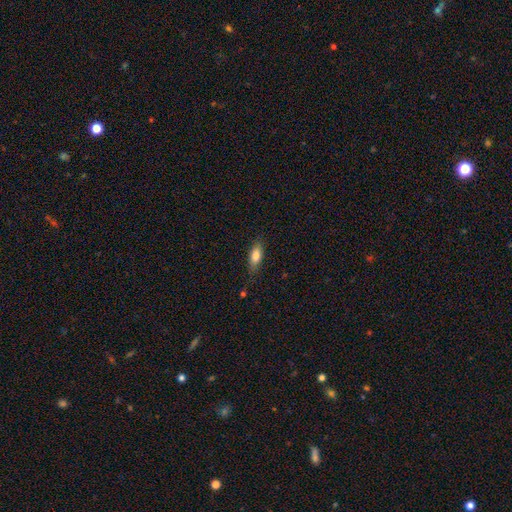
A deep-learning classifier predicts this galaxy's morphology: Smooth or featured: smooth — 79% (featured or disk — 13%)
How rounded: in between — 73% (cigar-shaped — 24%)
Merging: none — 77% (minor disturbance — 18%)